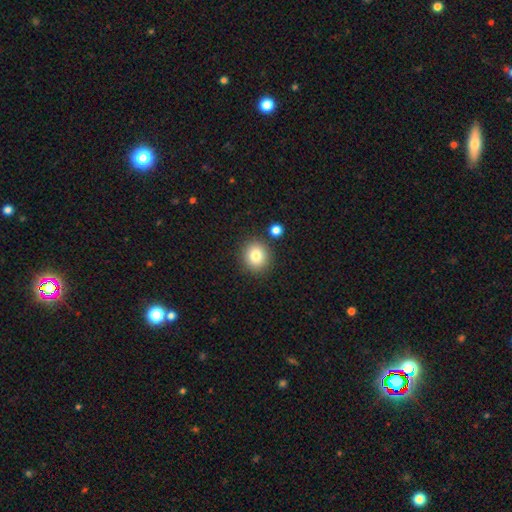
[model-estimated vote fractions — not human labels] Overall: smooth (82%). How rounded: round (86%). Merging: none (84%).